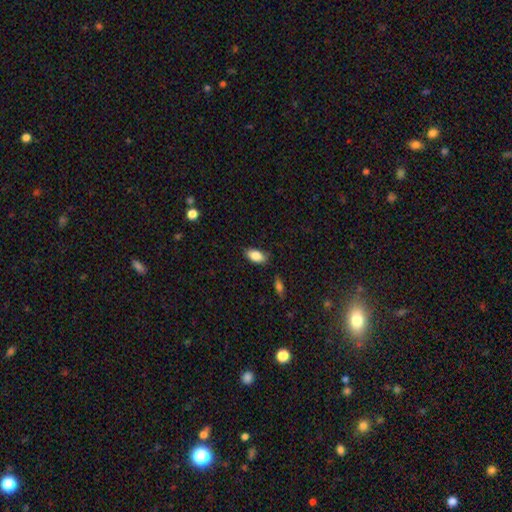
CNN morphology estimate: The model was most divided on "merging": none: 84%, minor disturbance: 12%, major disturbance: 3%, merger: 2%. More confident: how rounded — in between (91%); smooth or featured — smooth (84%).